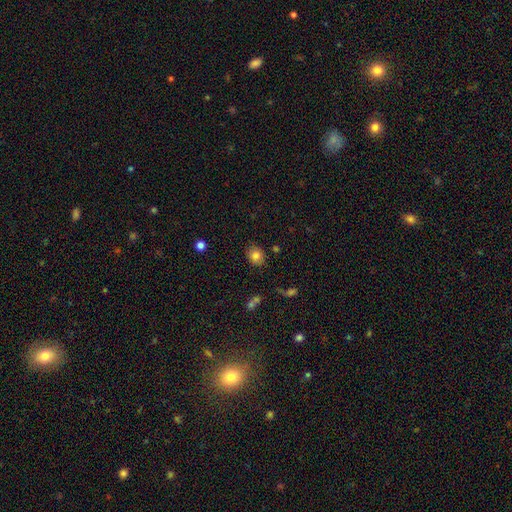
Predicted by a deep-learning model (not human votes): smooth_or_featured: smooth (p=0.82) [alt: star or artifact p=0.10]
how_rounded: round (p=0.61) [alt: in between p=0.38]
merging: none (p=0.84) [alt: minor disturbance p=0.11]